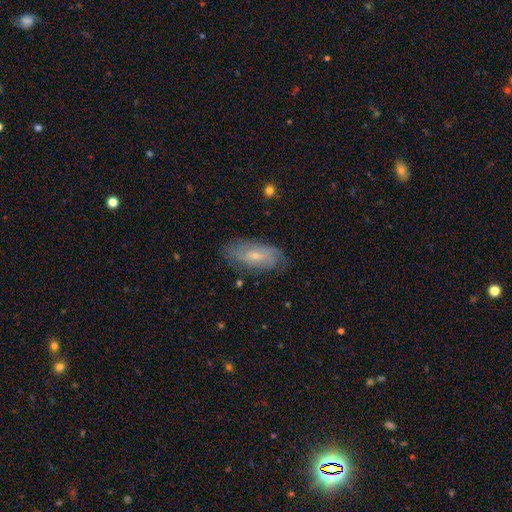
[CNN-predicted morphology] A featured or disk galaxy (60%) with no bar (46%), spiral arms (81%) and a small central bulge (66%).

Vote fractions:
- Smooth or featured? featured or disk: 60% / smooth: 32% / star or artifact: 7%
- Edge-on disk? no: 88% / yes: 12%
- Bar? no: 46% / weak: 44% / strong: 11%
- Spiral arms? yes: 81% / no: 19%
- Bulge size? small: 66% / moderate: 29% / none: 3% / large: 1% / dominant: 1%
- Merging? none: 76% / minor disturbance: 18% / major disturbance: 5% / merger: 1%